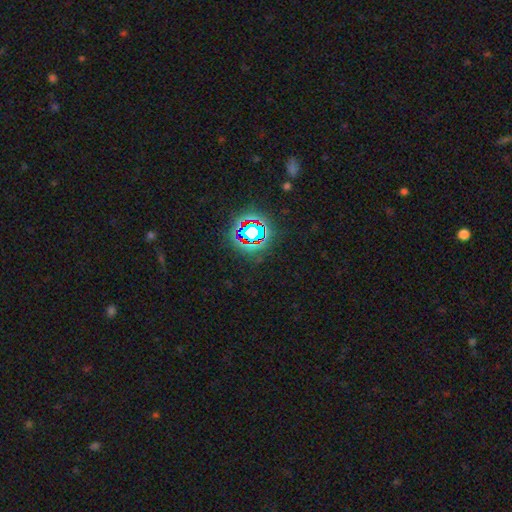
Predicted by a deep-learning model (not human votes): This appears to be a star or artifact, not a galaxy (74%).